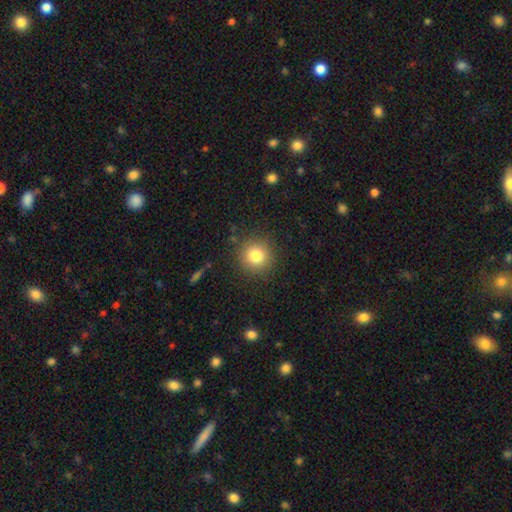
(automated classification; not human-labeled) smooth-or-featured: smooth: 81% | star or artifact: 12% | featured or disk: 8%
  how-rounded: round: 93% | in between: 6% | cigar-shaped: 1%
  merging: none: 89% | minor disturbance: 7% | major disturbance: 3% | merger: 1%